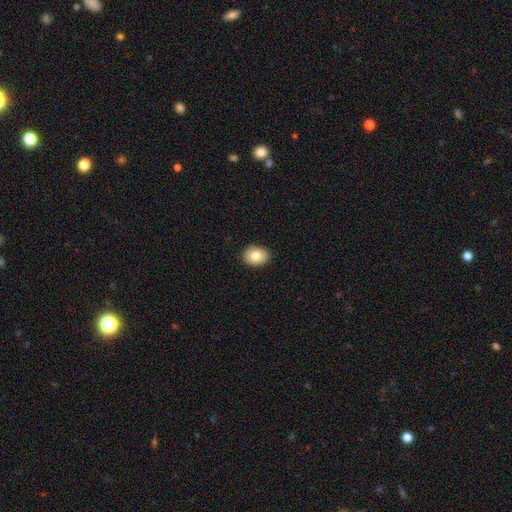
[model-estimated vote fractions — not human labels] Smooth or featured?
  - smooth: 79% *
  - featured or disk: 12%
  - star or artifact: 8%
How rounded?
  - in between: 58% *
  - round: 42%
  - cigar-shaped: 1%
Merging?
  - none: 90% *
  - minor disturbance: 7%
  - major disturbance: 2%
  - merger: 1%